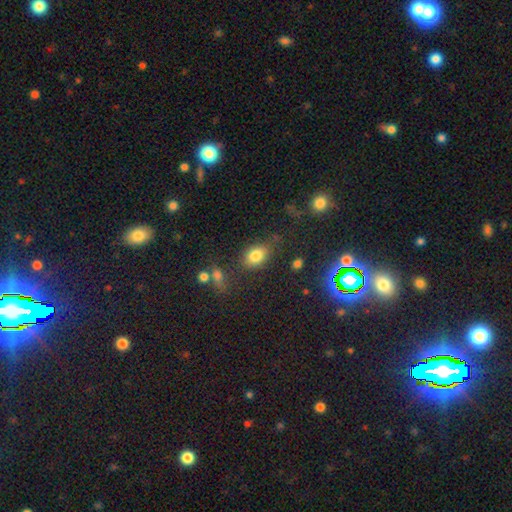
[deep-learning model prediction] Overall: smooth (81%). How rounded: in between (76%). Merging: none (69%).